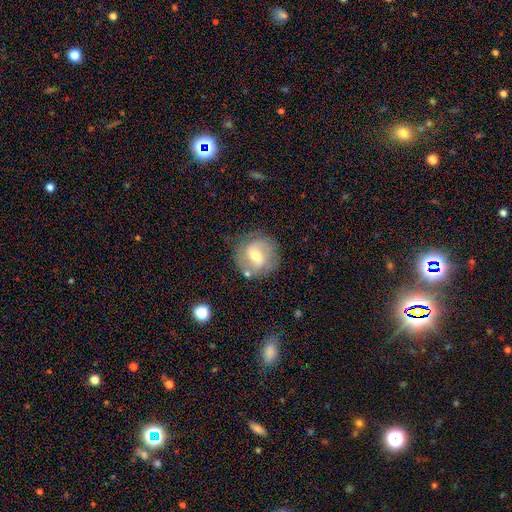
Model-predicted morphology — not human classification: Smooth or featured?
  - featured or disk: 56% *
  - smooth: 36%
  - star or artifact: 8%
Edge-on disk?
  - no: 96% *
  - yes: 4%
Bar?
  - weak: 51% *
  - no: 27%
  - strong: 22%
Spiral arms?
  - yes: 70% *
  - no: 30%
Bulge size?
  - moderate: 64% *
  - small: 30%
  - large: 4%
  - none: 1%
  - dominant: 1%
Merging?
  - none: 75% *
  - minor disturbance: 15%
  - major disturbance: 6%
  - merger: 4%